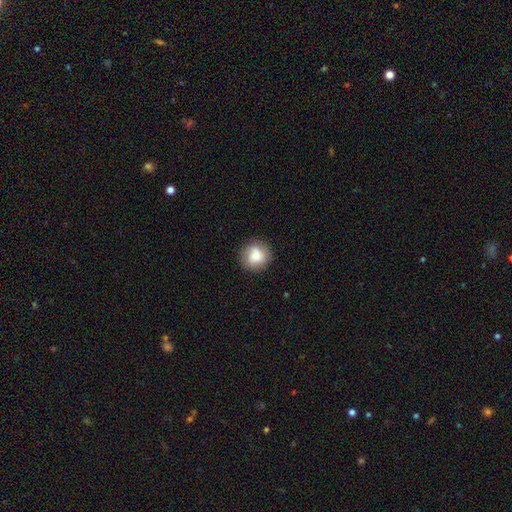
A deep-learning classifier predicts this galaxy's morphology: Overall: smooth (78%). How rounded: round (90%). Merging: none (86%).